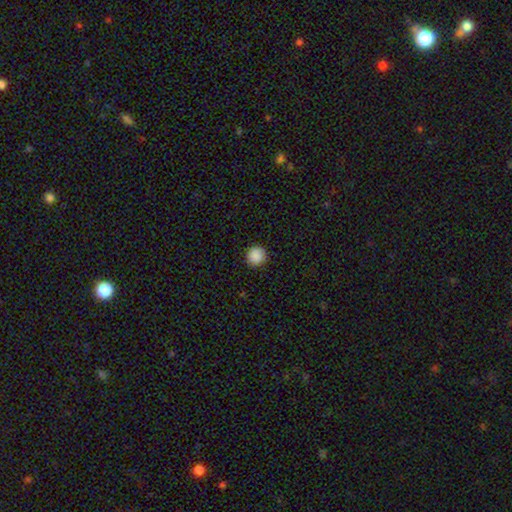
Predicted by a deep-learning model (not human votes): Smooth or featured?
  - smooth: 89% *
  - star or artifact: 9%
  - featured or disk: 2%
How rounded?
  - round: 94% *
  - in between: 5%
  - cigar-shaped: 1%
Merging?
  - none: 91% *
  - minor disturbance: 6%
  - major disturbance: 2%
  - merger: 1%